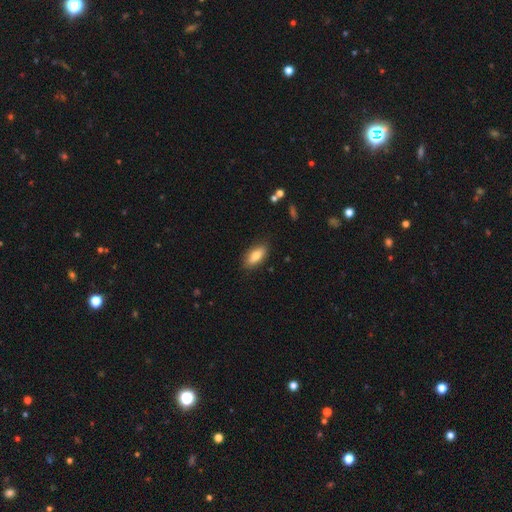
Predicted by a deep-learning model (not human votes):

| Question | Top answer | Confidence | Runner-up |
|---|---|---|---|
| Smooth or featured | smooth | 82% | featured or disk (11%) |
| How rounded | in between | 87% | cigar-shaped (10%) |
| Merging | none | 85% | minor disturbance (11%) |